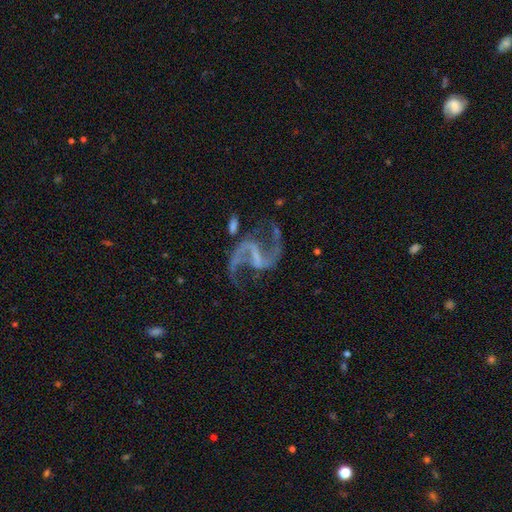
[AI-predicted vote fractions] Overall: featured or disk (92%). Edge-on disk: no (98%). Bar: weak (43%; strong 35%). Spiral arms: yes (98%). Spiral arm count: 2 (94%). Spiral winding: loose (58%; medium 36%). Bulge size: none (53%; small 37%). Merging: none (70%).